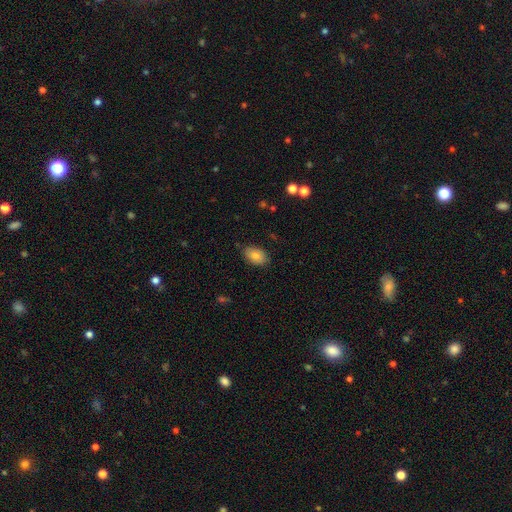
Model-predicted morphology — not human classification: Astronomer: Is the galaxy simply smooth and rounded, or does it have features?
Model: smooth — 83%.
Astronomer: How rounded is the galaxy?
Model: in between — 88%.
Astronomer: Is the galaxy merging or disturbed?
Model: none — 85%.